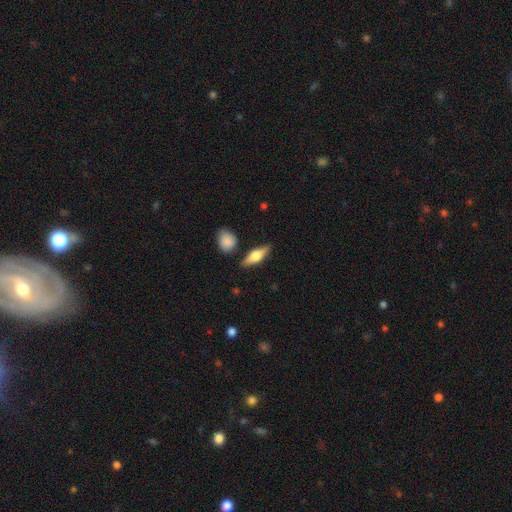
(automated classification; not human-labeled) This is possibly a featured or disk galaxy (50%). It is clearly viewed edge-on (93%). Merging: clearly none (82%).